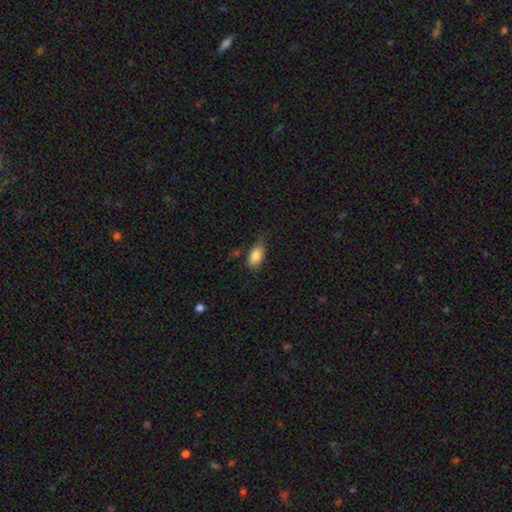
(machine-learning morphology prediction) Q: Smooth or featured?
A: smooth (83%); runner-up: featured or disk (10%)
Q: How rounded?
A: in between (90%); runner-up: cigar-shaped (5%)
Q: Merging?
A: none (58%); runner-up: minor disturbance (31%)